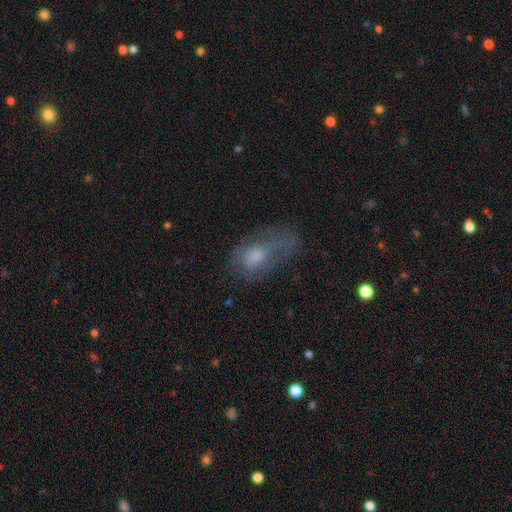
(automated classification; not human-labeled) A smooth galaxy with no disk features (46%).

Vote fractions:
- Smooth or featured? smooth: 46% / featured or disk: 42% / star or artifact: 12%
- Merging? none: 39% / major disturbance: 32% / minor disturbance: 26% / merger: 2%